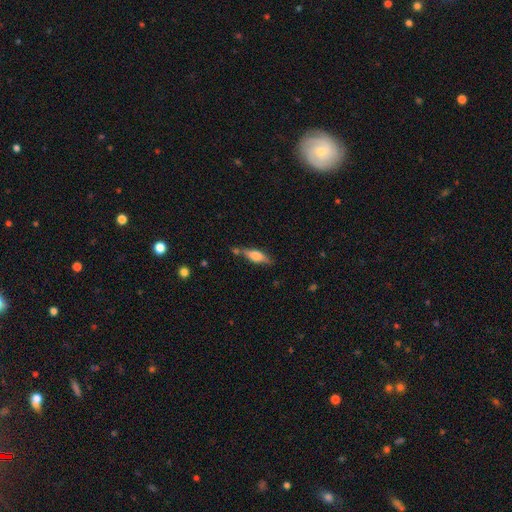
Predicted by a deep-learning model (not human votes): Smooth or featured? smooth (58%)
How rounded? in between (54%)
Merging? none (66%)